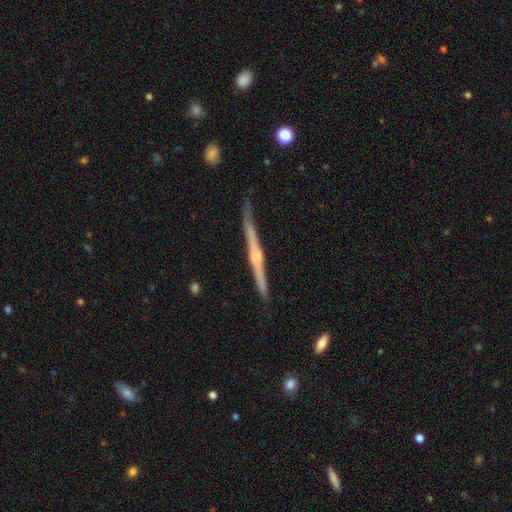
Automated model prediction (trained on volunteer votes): Smooth or featured? featured or disk (77%)
Edge-on disk? yes (98%)
Edge-on bulge? rounded (64%)
Merging? none (80%)